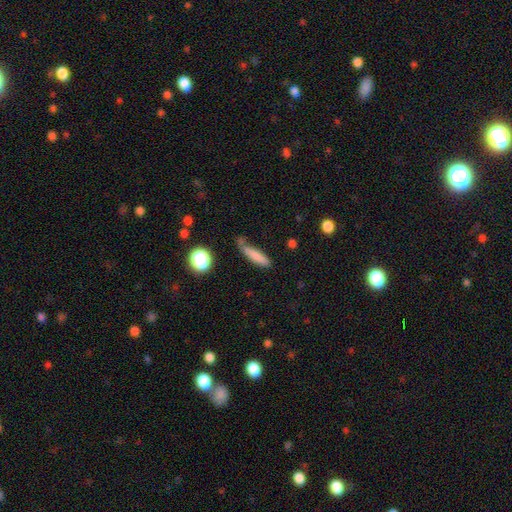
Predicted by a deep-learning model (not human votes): Morphology: type=smooth (77%); roundness=cigar-shaped (78%); merging=none (54%).